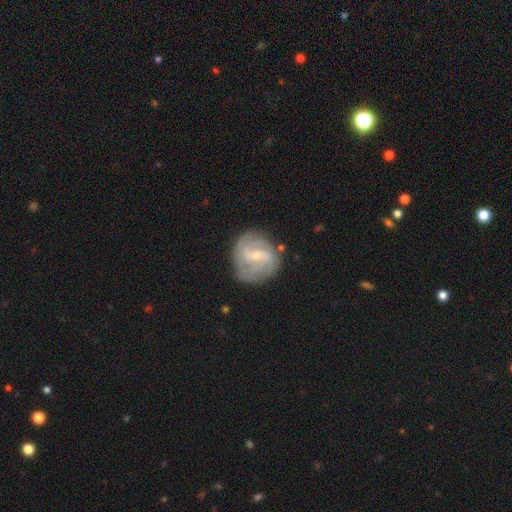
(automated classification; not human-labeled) Overall: featured or disk (77%). Edge-on disk: no (98%). Bar: weak (57%; no 22%). Spiral arms: yes (91%). Spiral arm count: 2 (55%; can't tell 20%). Spiral winding: medium (45%; tight 31%). Bulge size: small (66%; moderate 28%). Merging: none (72%).